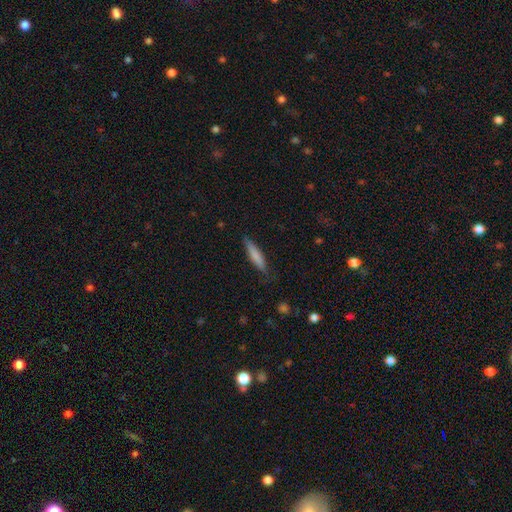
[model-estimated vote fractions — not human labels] Smooth or featured? smooth (77%)
How rounded? cigar-shaped (86%)
Merging? none (83%)